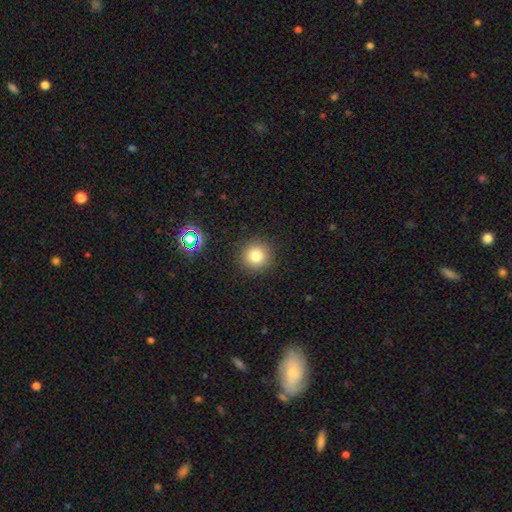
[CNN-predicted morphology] A smooth galaxy with no disk features (80%) that is round (94%). Merging: none (90%).